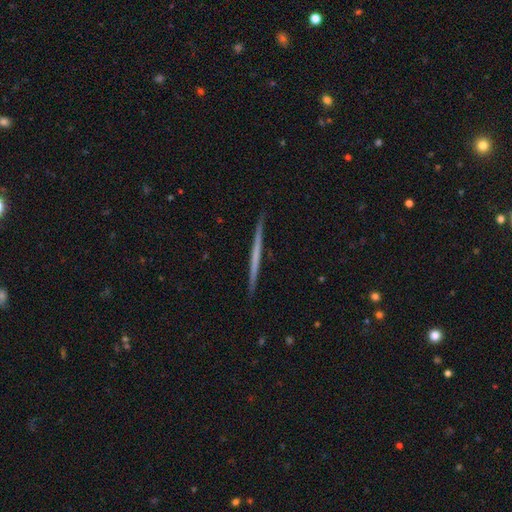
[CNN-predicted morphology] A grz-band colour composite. It shows a featured or disk galaxy (59%) viewed edge-on (98%) with no central bulge (92%). Merging: none (93%).